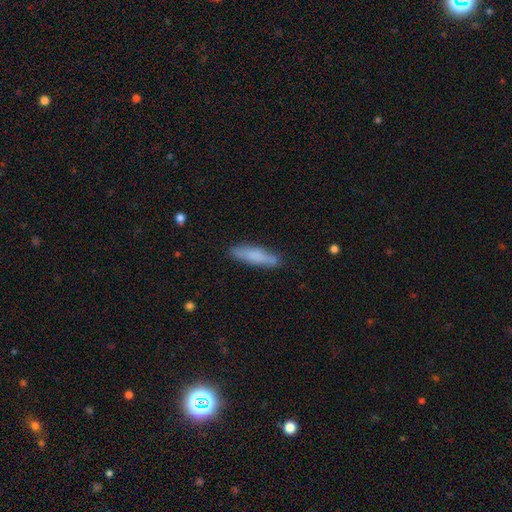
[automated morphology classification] type=smooth (75%); roundness=cigar-shaped (78%); merging=none (81%).